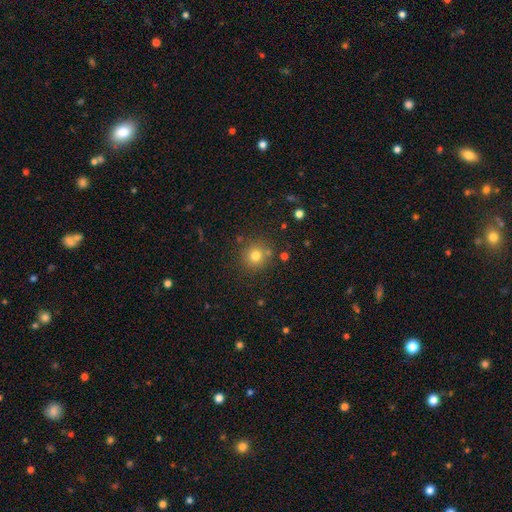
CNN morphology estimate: Smooth or featured? smooth (76%)
How rounded? round (92%)
Merging? none (81%)